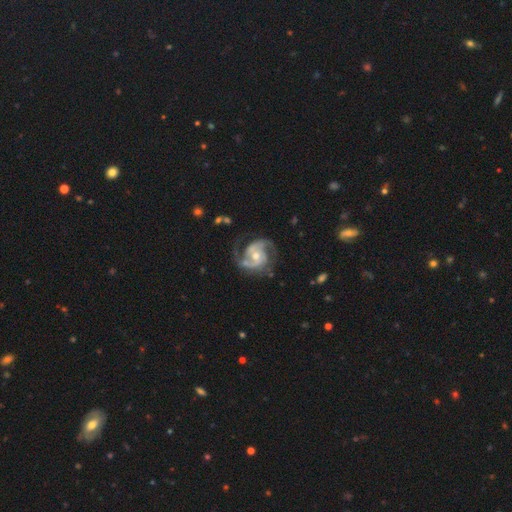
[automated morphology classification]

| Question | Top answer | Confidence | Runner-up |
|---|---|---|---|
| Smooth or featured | featured or disk | 91% | smooth (4%) |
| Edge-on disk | no | 98% | yes (2%) |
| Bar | no | 57% | weak (33%) |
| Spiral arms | yes | 98% | no (2%) |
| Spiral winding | medium | 56% | tight (29%) |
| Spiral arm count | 2 | 82% | 3 (9%) |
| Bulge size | moderate | 60% | small (35%) |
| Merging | none | 71% | minor disturbance (18%) |